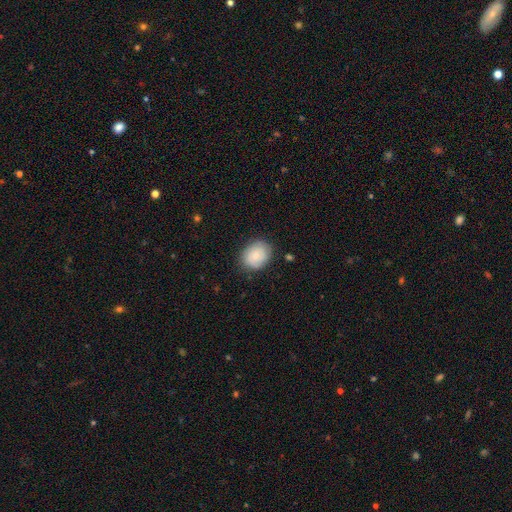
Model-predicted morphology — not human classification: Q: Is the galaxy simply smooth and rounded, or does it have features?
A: smooth — 79%.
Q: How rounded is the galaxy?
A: round — 50%.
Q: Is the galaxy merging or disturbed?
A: none — 79%.